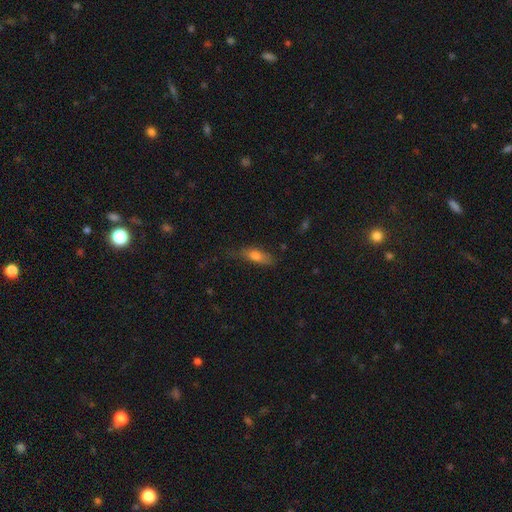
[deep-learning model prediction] smooth 71%, featured or disk 20%, star or artifact 8%. Down the decision tree: how rounded — in between (59%); merging — none (60%).